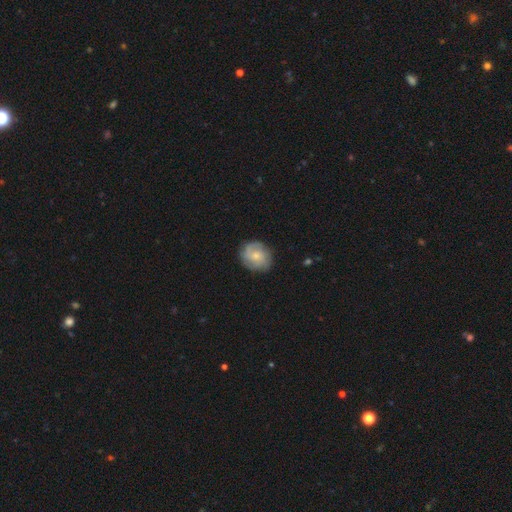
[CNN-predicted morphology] This is possibly a featured or disk galaxy (53%). It is clearly not viewed edge-on (98%). Bar: likely no (73%). Spiral arm pattern: clearly yes (88%). Central bulge: possibly small (53%). Merging: clearly none (81%).